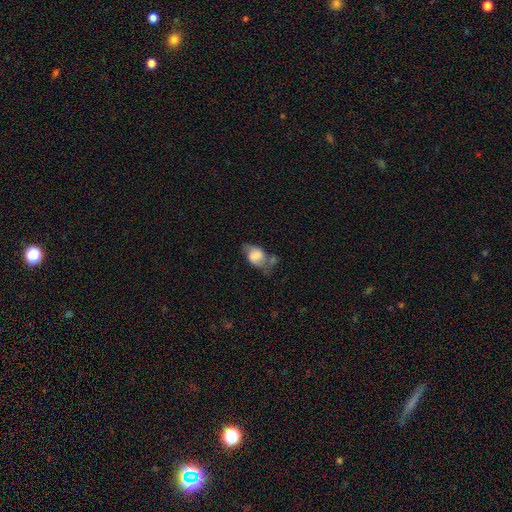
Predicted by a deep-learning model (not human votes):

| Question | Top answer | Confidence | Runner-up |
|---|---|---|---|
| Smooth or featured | smooth | 51% | featured or disk (40%) |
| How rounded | in between | 79% | round (19%) |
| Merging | none | 35% | minor disturbance (30%) |